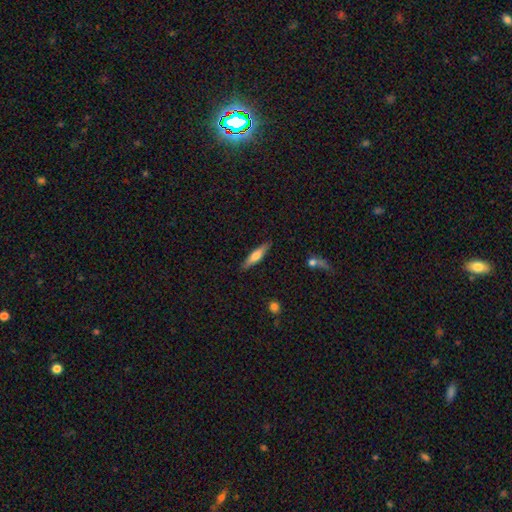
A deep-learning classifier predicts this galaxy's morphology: smooth_or_featured: smooth (p=0.58) [alt: featured or disk p=0.36]
how_rounded: cigar-shaped (p=0.76) [alt: in between p=0.22]
merging: none (p=0.87) [alt: minor disturbance p=0.10]